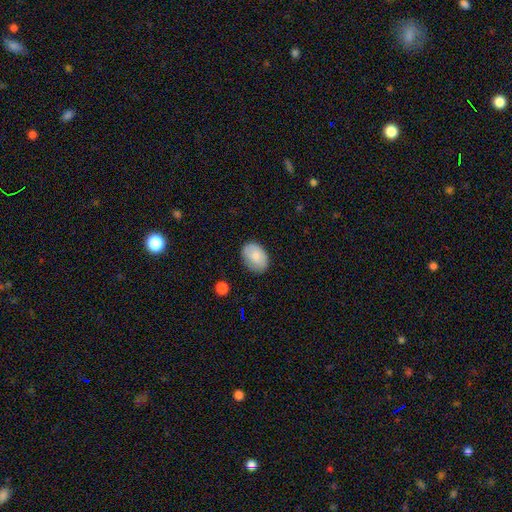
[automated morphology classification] Smooth or featured: smooth — 84% (featured or disk — 10%)
How rounded: in between — 82% (round — 17%)
Merging: none — 80% (minor disturbance — 15%)